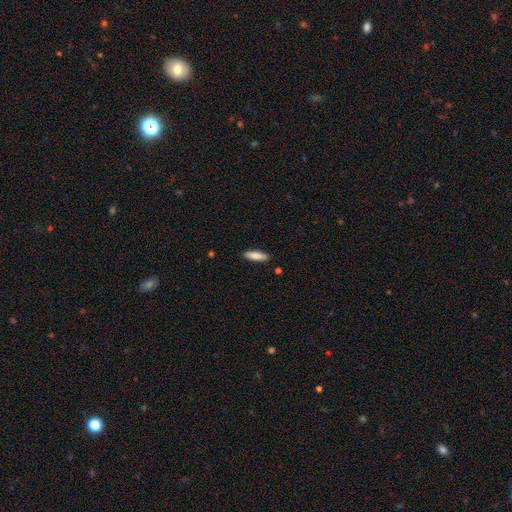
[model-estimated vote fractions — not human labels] This is clearly a smooth galaxy (82%). How rounded: likely cigar-shaped (61%). Merging: clearly none (88%).